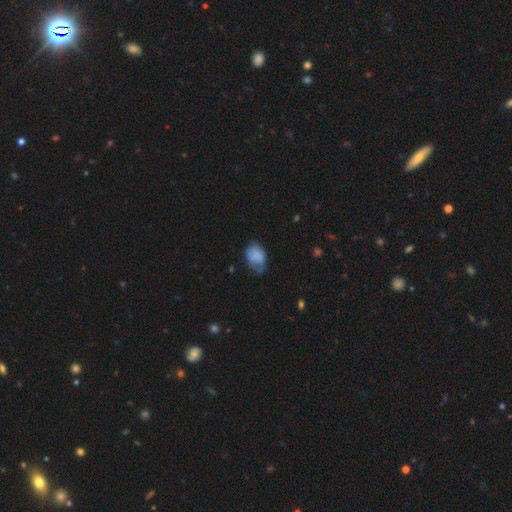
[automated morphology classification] smooth_or_featured: smooth (p=0.78) [alt: featured or disk p=0.13]
how_rounded: in between (p=0.73) [alt: round p=0.26]
merging: none (p=0.45) [alt: minor disturbance p=0.38]